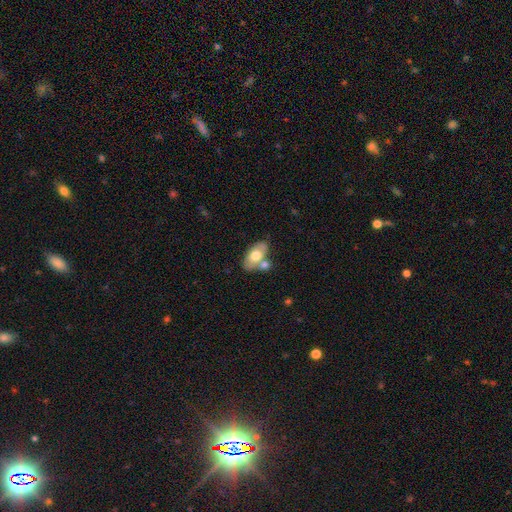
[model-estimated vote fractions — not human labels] Smooth or featured? smooth (65%)
How rounded? in between (91%)
Merging? none (50%)